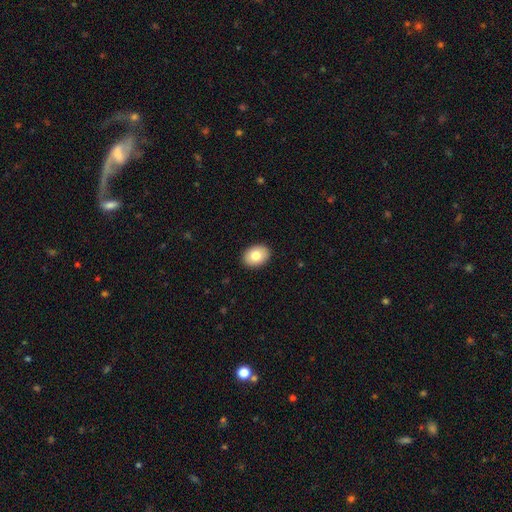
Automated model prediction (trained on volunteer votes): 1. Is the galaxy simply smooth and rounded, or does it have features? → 80% smooth, 12% featured or disk, 8% star or artifact.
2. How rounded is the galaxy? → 75% in between, 24% round, 1% cigar-shaped.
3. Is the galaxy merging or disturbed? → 91% none, 7% minor disturbance, 2% major disturbance, 1% merger.